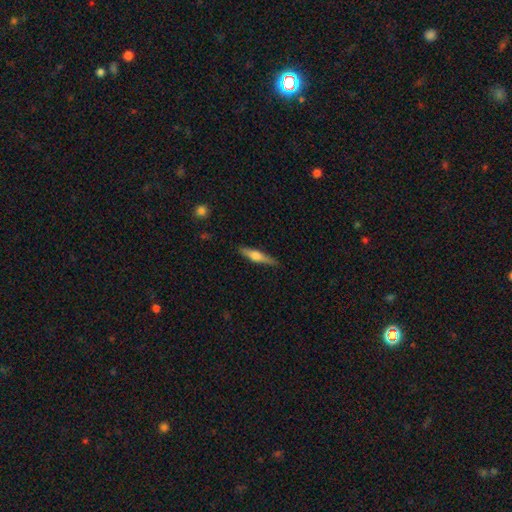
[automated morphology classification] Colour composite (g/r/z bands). It shows a featured or disk galaxy (52%) viewed edge-on (96%). Merging: none (87%).